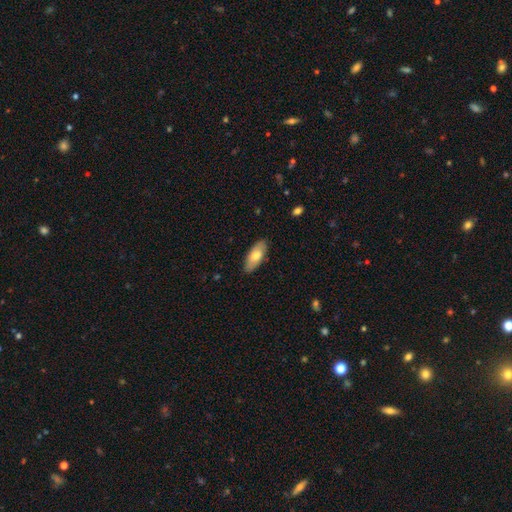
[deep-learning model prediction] smooth 72%, featured or disk 22%, star or artifact 6%. Down the decision tree: how rounded — in between (83%); merging — none (85%).